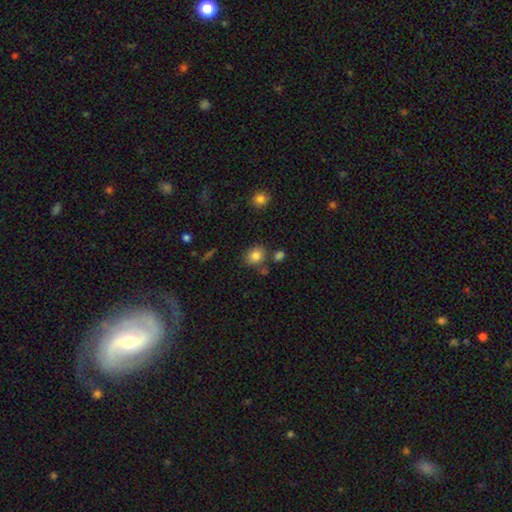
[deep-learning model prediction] smooth-or-featured: smooth: 81% | star or artifact: 11% | featured or disk: 8%
  how-rounded: round: 56% | in between: 43% | cigar-shaped: 1%
  merging: none: 74% | minor disturbance: 14% | merger: 9% | major disturbance: 4%